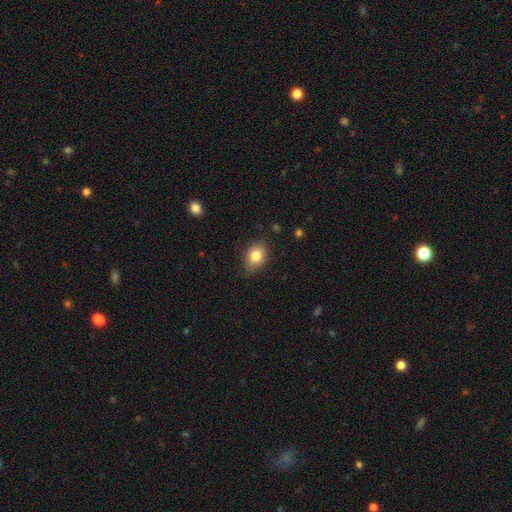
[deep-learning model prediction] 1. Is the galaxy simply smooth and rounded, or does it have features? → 81% smooth, 10% featured or disk, 9% star or artifact.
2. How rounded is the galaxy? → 66% in between, 33% round, 1% cigar-shaped.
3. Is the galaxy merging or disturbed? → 80% none, 16% minor disturbance, 3% major disturbance, 1% merger.